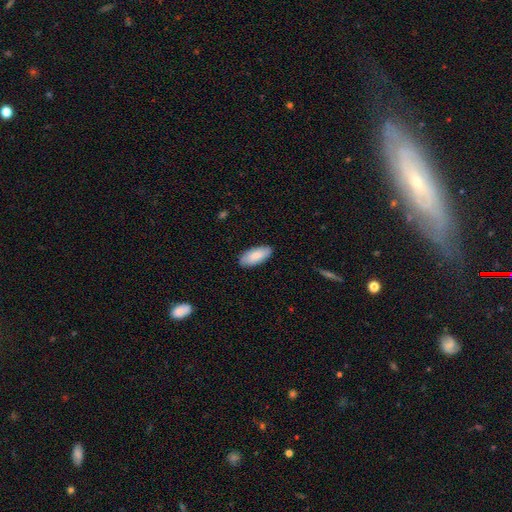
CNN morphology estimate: This is clearly a smooth galaxy (84%). How rounded: clearly in between (89%). Merging: clearly none (87%).